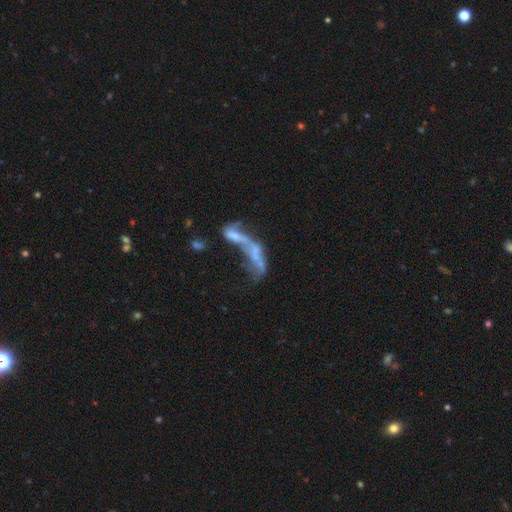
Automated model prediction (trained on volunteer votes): smooth-or-featured: featured or disk: 52% | smooth: 33% | star or artifact: 14%
  disk-edge-on: no: 90% | yes: 10%
  merging: merger: 62% | major disturbance: 22% | none: 10% | minor disturbance: 6%